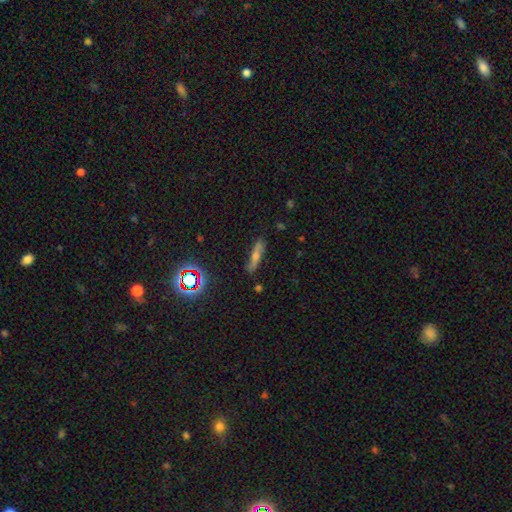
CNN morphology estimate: A smooth galaxy with no disk features (41%).

Vote fractions:
- Smooth or featured? smooth: 41% / featured or disk: 39% / star or artifact: 19%
- Merging? none: 80% / minor disturbance: 15% / major disturbance: 3% / merger: 2%